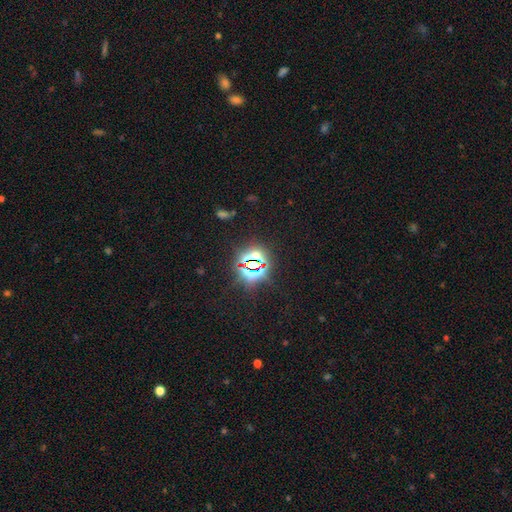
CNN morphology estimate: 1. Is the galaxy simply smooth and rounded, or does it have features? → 78% star or artifact, 14% smooth, 8% featured or disk.